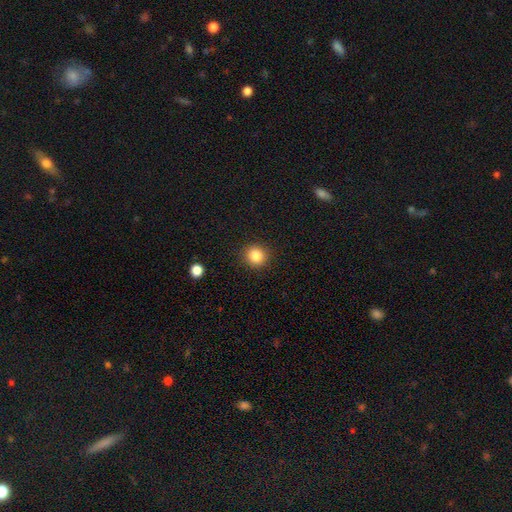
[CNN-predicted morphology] This appears to be a smooth galaxy with no disk features (85%) that is round (90%). Merging: none (90%).